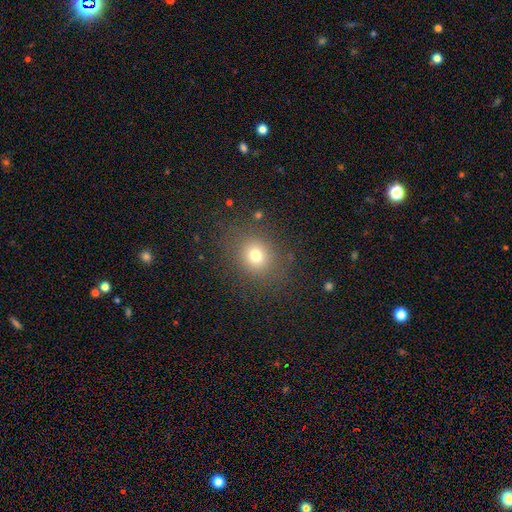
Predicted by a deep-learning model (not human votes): Morphology: type=smooth (74%); roundness=round (75%); merging=none (82%).